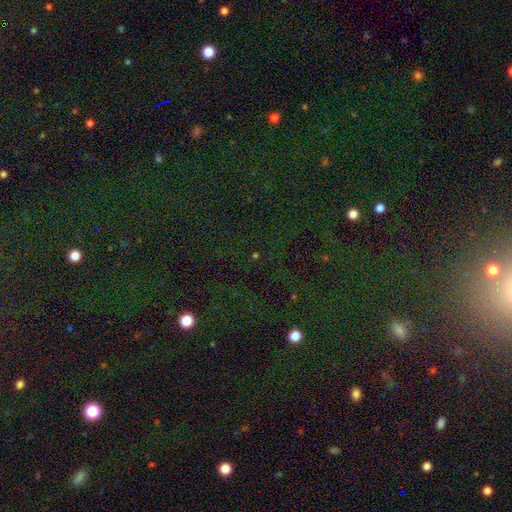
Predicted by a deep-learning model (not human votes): This is likely a star or artifact rather than a galaxy (72%).